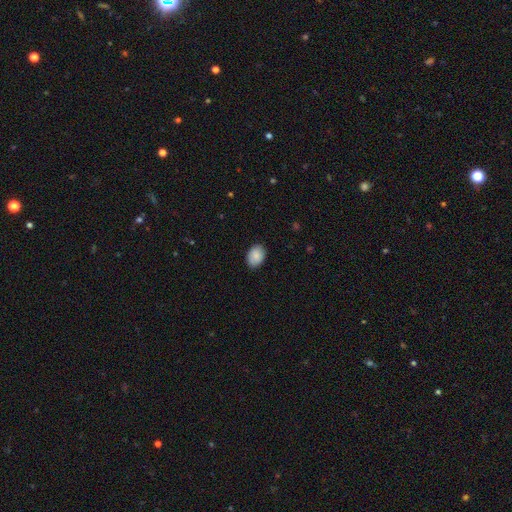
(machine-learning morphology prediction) A smooth galaxy with no disk features (87%) that is in between round and cigar-shaped (77%). Merging: none (87%).